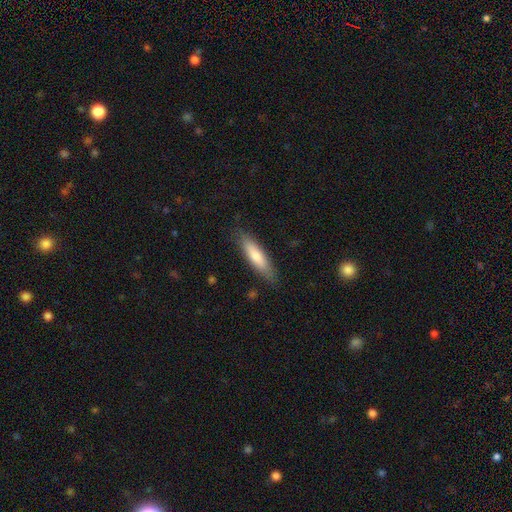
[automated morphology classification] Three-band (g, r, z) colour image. It shows a smooth galaxy with no disk features (73%) that is cigar-shaped (72%). Merging: none (84%).